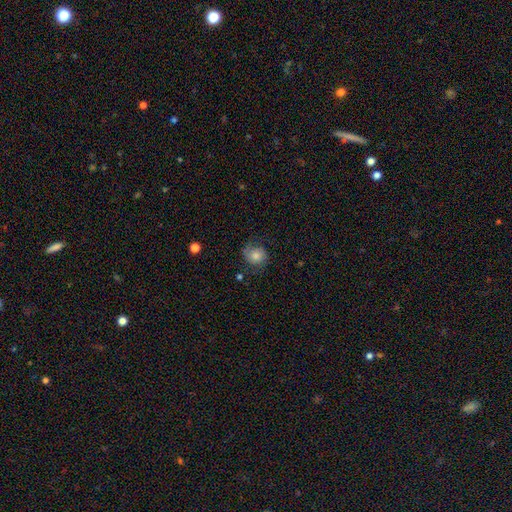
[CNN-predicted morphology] smooth 54%, featured or disk 37%, star or artifact 9%. Down the decision tree: how rounded — round (78%); merging — none (62%).